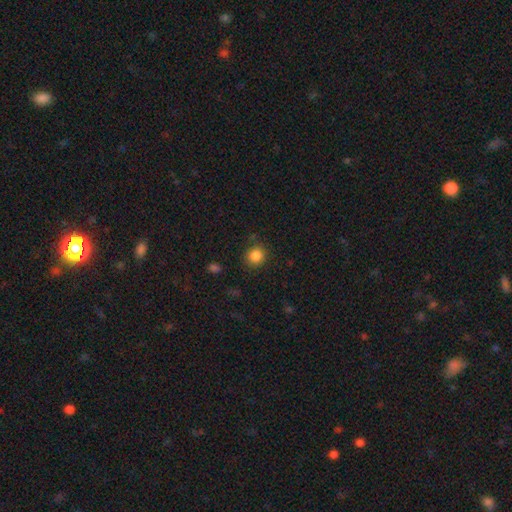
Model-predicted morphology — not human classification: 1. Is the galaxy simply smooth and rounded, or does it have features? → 85% smooth, 11% star or artifact, 4% featured or disk.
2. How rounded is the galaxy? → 86% round, 13% in between, 1% cigar-shaped.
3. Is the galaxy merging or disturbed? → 84% none, 10% minor disturbance, 3% major disturbance, 2% merger.